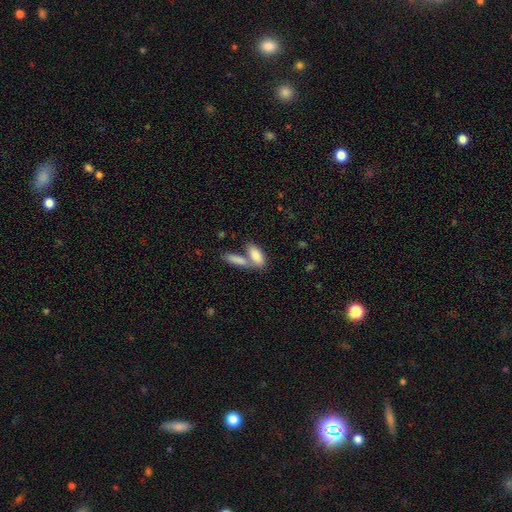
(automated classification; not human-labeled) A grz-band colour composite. It shows a smooth galaxy with no disk features (84%) that is in between round and cigar-shaped (79%). Merging: merger (49%).